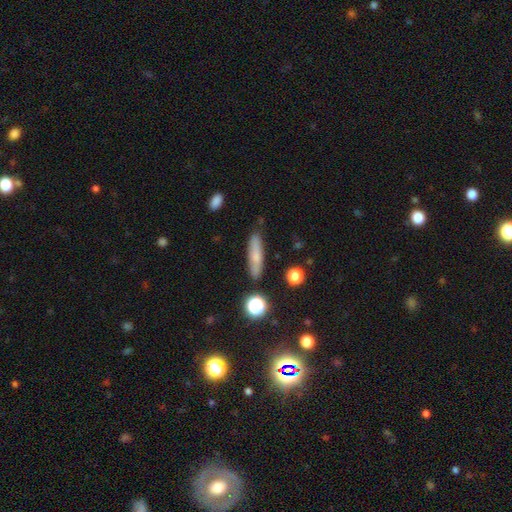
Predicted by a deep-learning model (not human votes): Morphology: type=smooth (69%); roundness=cigar-shaped (77%); merging=none (84%).